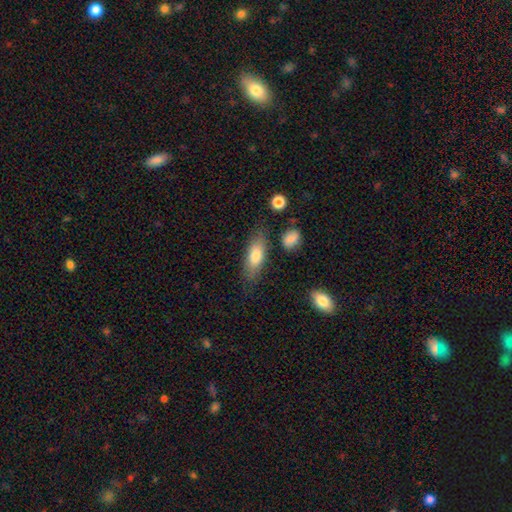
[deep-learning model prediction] Q: Smooth or featured?
A: smooth (77%); runner-up: featured or disk (17%)
Q: How rounded?
A: in between (70%); runner-up: cigar-shaped (27%)
Q: Merging?
A: none (75%); runner-up: minor disturbance (16%)